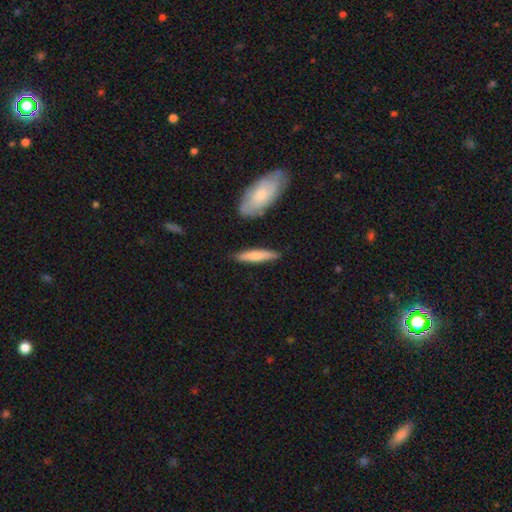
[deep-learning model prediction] The model was most divided on "smooth or featured": smooth: 67%, featured or disk: 28%, star or artifact: 5%. More confident: how rounded — cigar-shaped (84%); merging — none (83%).